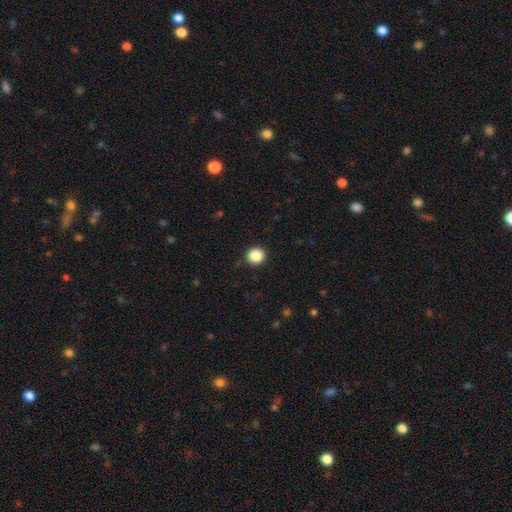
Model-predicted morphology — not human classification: smooth_or_featured: smooth (p=0.87) [alt: star or artifact p=0.10]
how_rounded: round (p=0.91) [alt: in between p=0.08]
merging: none (p=0.91) [alt: minor disturbance p=0.06]